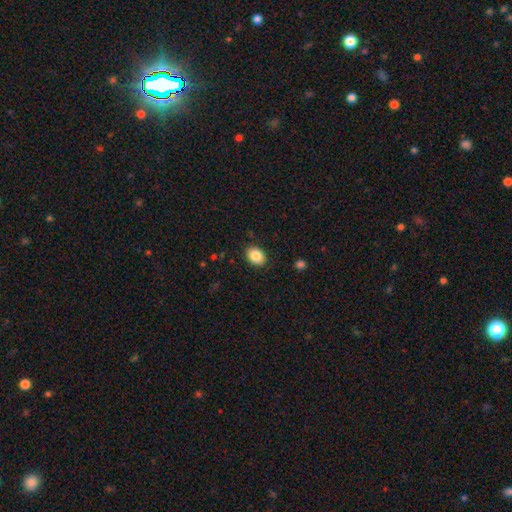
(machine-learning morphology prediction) type=smooth (86%); roundness=in between (71%); merging=none (88%).